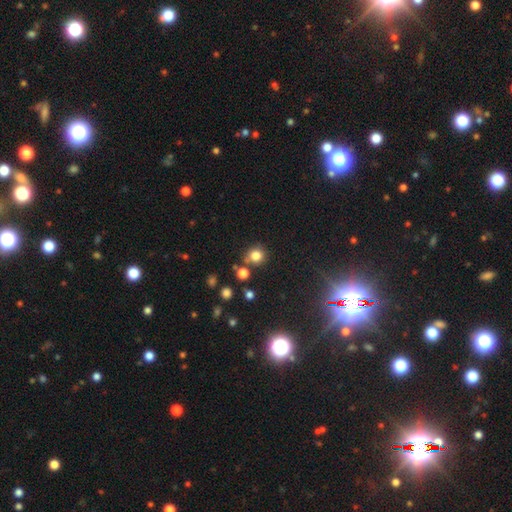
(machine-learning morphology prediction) smooth-or-featured: smooth: 79% | star or artifact: 14% | featured or disk: 7%
  how-rounded: round: 87% | in between: 12% | cigar-shaped: 1%
  merging: none: 74% | minor disturbance: 11% | merger: 11% | major disturbance: 4%